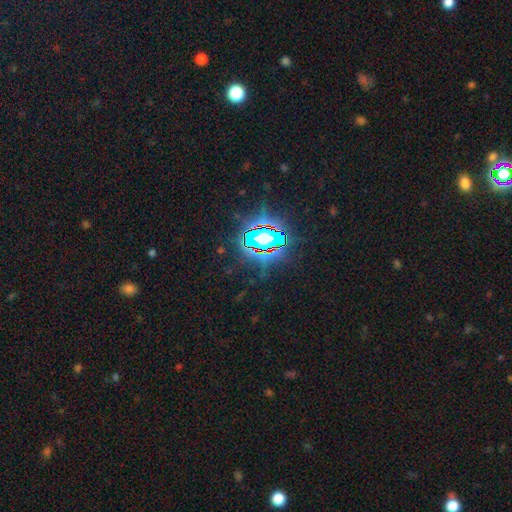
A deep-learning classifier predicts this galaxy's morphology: Smooth or featured? star or artifact (82%)